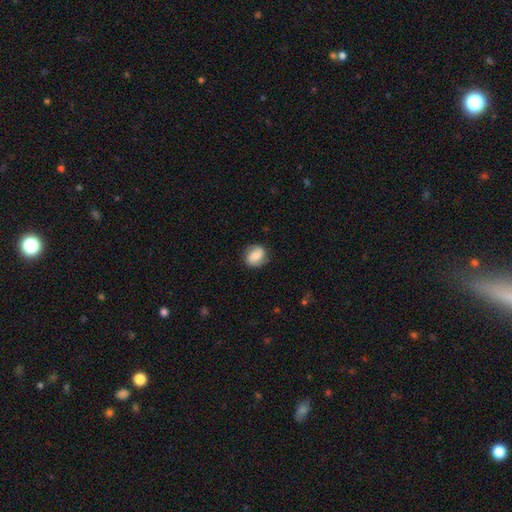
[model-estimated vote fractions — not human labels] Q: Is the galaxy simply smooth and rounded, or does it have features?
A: smooth — 56%.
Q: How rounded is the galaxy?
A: round — 59%.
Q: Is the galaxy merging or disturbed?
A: none — 77%.